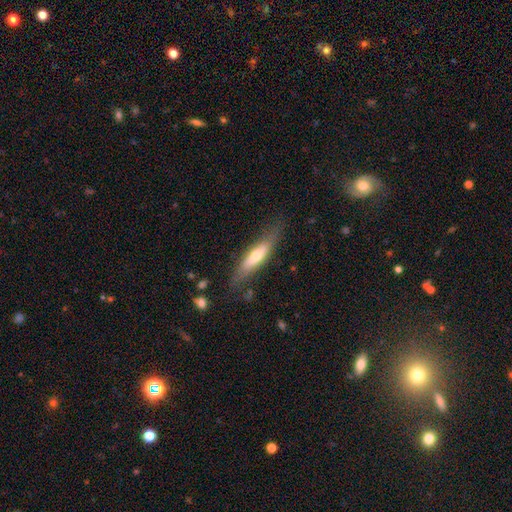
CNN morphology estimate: Smooth or featured: smooth — 53% (featured or disk — 41%)
How rounded: cigar-shaped — 72% (in between — 27%)
Merging: none — 74% (minor disturbance — 18%)